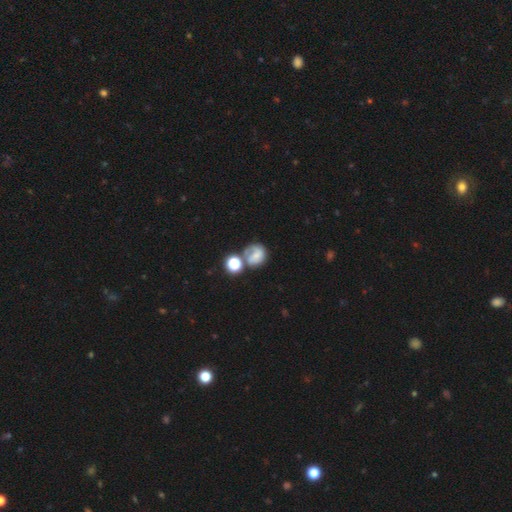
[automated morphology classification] Q: Smooth or featured?
A: smooth (49%); runner-up: featured or disk (37%)
Q: Merging?
A: none (38%); runner-up: merger (30%)